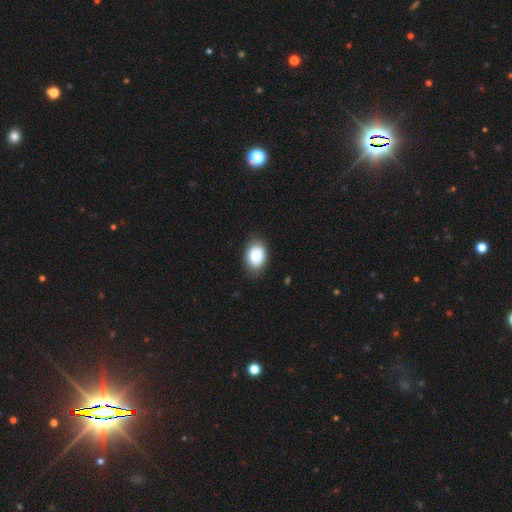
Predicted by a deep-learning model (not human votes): smooth-or-featured: smooth: 75% | featured or disk: 17% | star or artifact: 8%
  how-rounded: in between: 73% | round: 26% | cigar-shaped: 1%
  merging: none: 78% | minor disturbance: 17% | major disturbance: 4% | merger: 1%